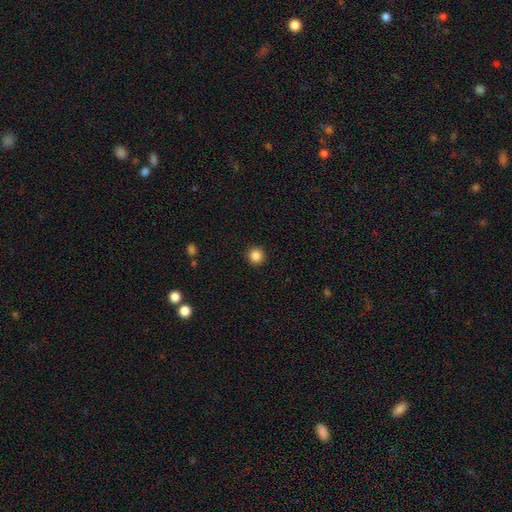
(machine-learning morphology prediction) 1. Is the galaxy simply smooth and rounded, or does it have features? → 86% smooth, 11% star or artifact, 3% featured or disk.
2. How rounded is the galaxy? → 95% round, 4% in between, 1% cigar-shaped.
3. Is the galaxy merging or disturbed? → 93% none, 5% minor disturbance, 2% major disturbance, 1% merger.